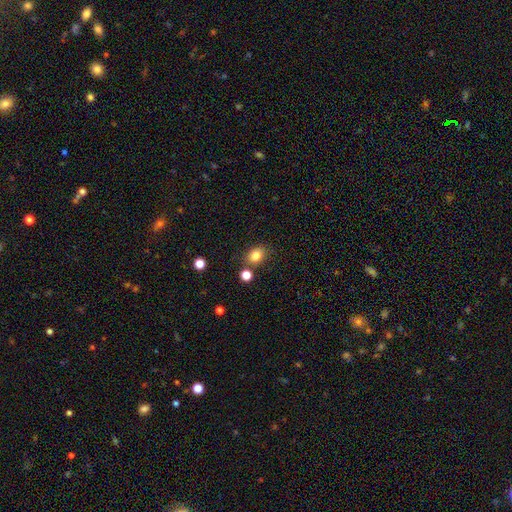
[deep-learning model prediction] The model was most divided on "how rounded": in between: 63%, round: 36%, cigar-shaped: 1%. More confident: smooth or featured — smooth (82%); merging — none (77%).